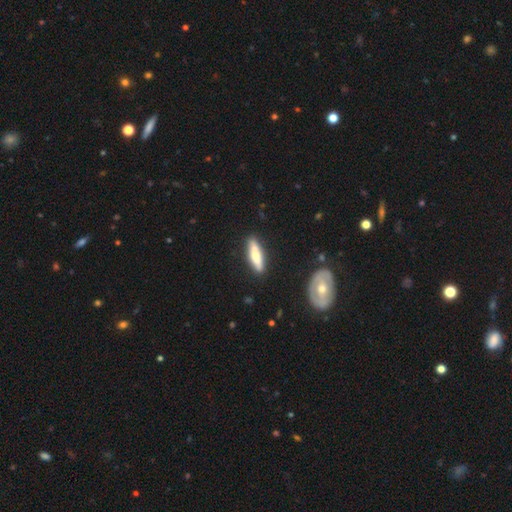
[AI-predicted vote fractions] This appears to be a smooth galaxy with no disk features (60%) that is cigar-shaped (74%). Merging: none (87%).